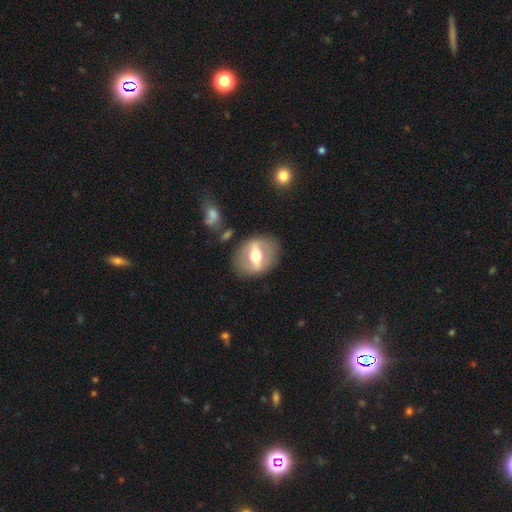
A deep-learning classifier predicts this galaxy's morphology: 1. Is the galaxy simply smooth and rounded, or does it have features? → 65% featured or disk, 29% smooth, 6% star or artifact.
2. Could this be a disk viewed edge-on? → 78% no, 22% yes.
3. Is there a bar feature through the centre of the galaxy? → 66% strong, 23% weak, 12% no.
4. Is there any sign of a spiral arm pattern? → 81% no, 19% yes.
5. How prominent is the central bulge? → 65% moderate, 26% large, 6% small, 2% dominant, 1% none.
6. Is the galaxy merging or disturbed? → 82% none, 11% minor disturbance, 5% major disturbance, 3% merger.